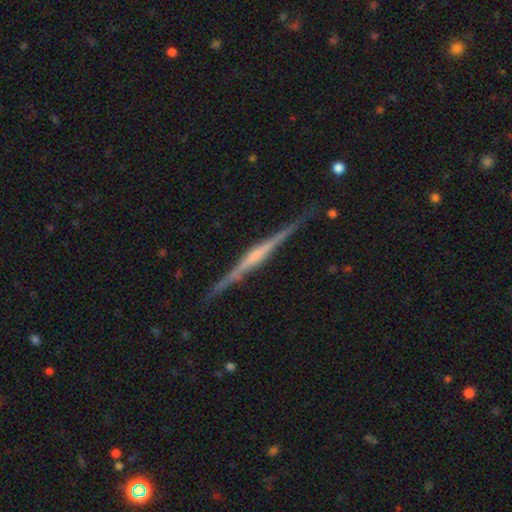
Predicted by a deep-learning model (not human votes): This appears to be a featured or disk galaxy (83%) viewed edge-on (98%) with a rounded central bulge (48%). Merging: none (88%).